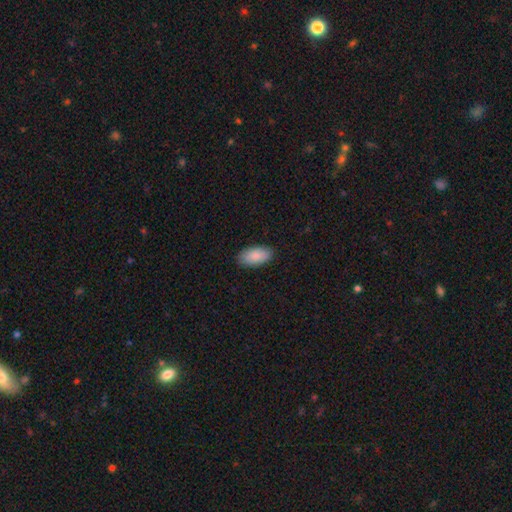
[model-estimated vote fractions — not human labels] A smooth galaxy with no disk features (87%) that is in between round and cigar-shaped (95%).

Vote fractions:
- Smooth or featured? smooth: 87% / featured or disk: 7% / star or artifact: 6%
- How rounded? in between: 95% / cigar-shaped: 3% / round: 2%
- Merging? none: 88% / minor disturbance: 9% / major disturbance: 2% / merger: 1%